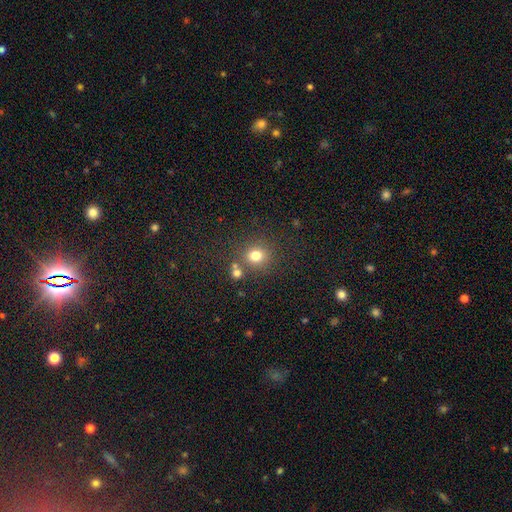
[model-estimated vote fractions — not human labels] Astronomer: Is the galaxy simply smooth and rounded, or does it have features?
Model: smooth — 77%.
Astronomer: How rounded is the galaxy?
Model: round — 87%.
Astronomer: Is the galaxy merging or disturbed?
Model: none — 75%.